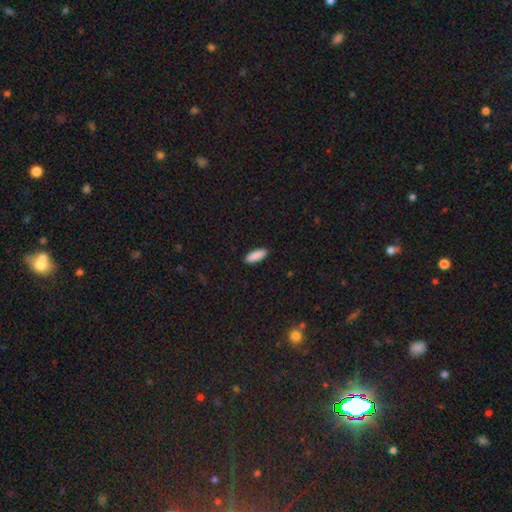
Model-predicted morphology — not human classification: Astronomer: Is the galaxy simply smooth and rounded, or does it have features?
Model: smooth — 90%.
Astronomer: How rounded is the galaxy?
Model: in between — 61% (runner-up: cigar-shaped, 37%).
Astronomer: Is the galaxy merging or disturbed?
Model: none — 90%.